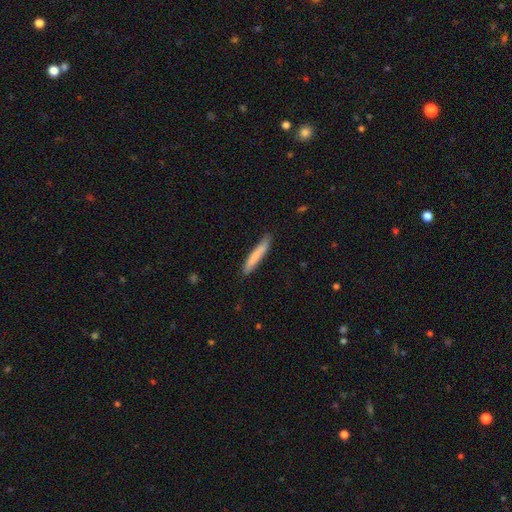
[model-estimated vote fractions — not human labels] Smooth or featured?
  - smooth: 80% *
  - featured or disk: 15%
  - star or artifact: 5%
How rounded?
  - cigar-shaped: 94% *
  - in between: 5%
  - round: 1%
Merging?
  - none: 87% *
  - minor disturbance: 10%
  - major disturbance: 2%
  - merger: 1%